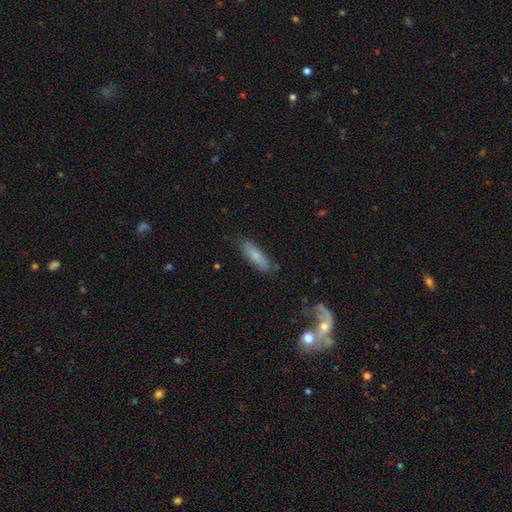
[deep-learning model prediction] A smooth galaxy with no disk features (76%) that is cigar-shaped (61%). Merging: none (83%).